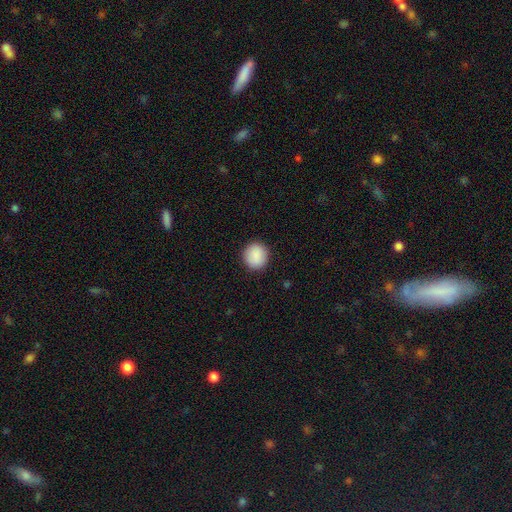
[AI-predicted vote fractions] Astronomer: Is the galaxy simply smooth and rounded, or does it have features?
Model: smooth — 90%.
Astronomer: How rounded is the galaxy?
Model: round — 90%.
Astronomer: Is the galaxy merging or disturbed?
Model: none — 91%.